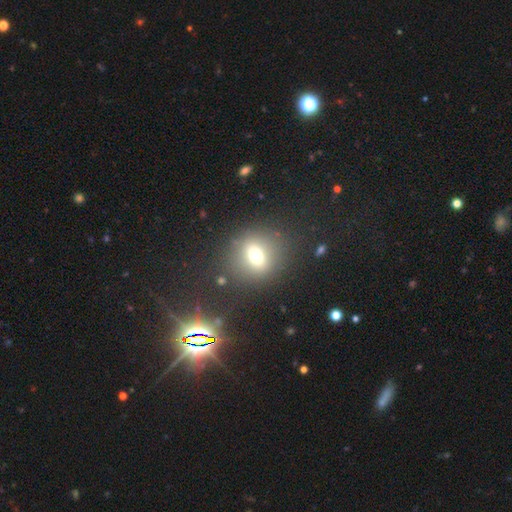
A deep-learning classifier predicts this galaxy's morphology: Smooth or featured? Predicted: smooth (p=0.66). How rounded? Predicted: round (p=0.70). Merging? Predicted: none (p=0.80).